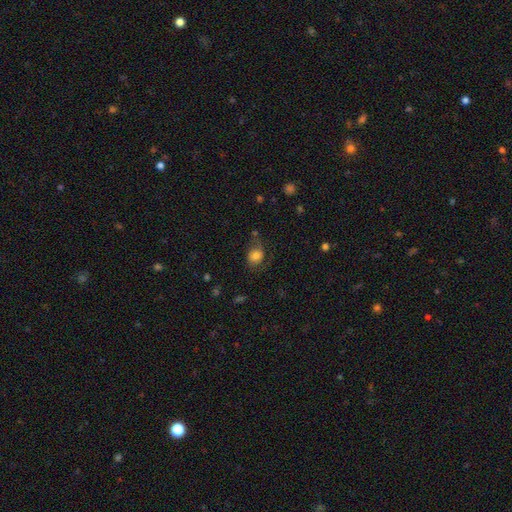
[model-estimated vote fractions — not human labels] Smooth or featured: smooth — 68% (featured or disk — 21%)
How rounded: round — 54% (in between — 45%)
Merging: none — 50% (minor disturbance — 26%)